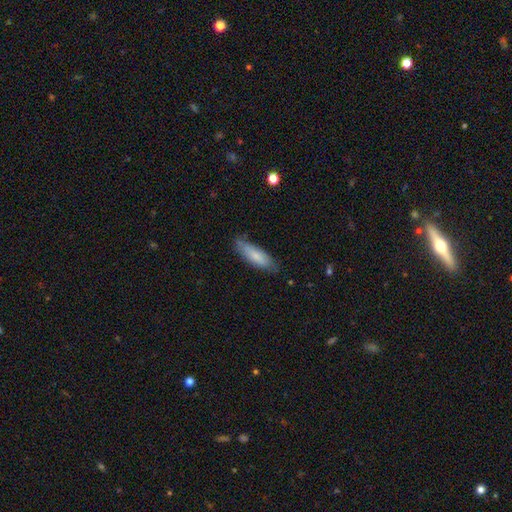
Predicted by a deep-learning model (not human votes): A smooth galaxy with no disk features (76%) that is cigar-shaped (51%).

Vote fractions:
- Smooth or featured? smooth: 76% / featured or disk: 18% / star or artifact: 6%
- How rounded? cigar-shaped: 51% / in between: 48% / round: 1%
- Merging? none: 73% / minor disturbance: 22% / major disturbance: 4% / merger: 2%